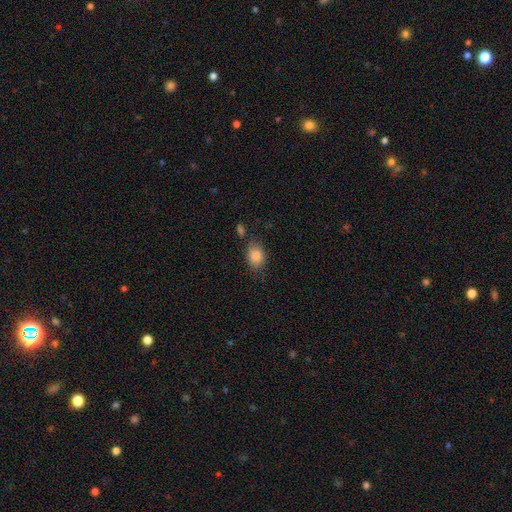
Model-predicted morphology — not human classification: A smooth galaxy with no disk features (84%) that is in between round and cigar-shaped (65%).

Vote fractions:
- Smooth or featured? smooth: 84% / star or artifact: 9% / featured or disk: 7%
- How rounded? in between: 65% / round: 33% / cigar-shaped: 1%
- Merging? none: 68% / minor disturbance: 20% / merger: 6% / major disturbance: 5%